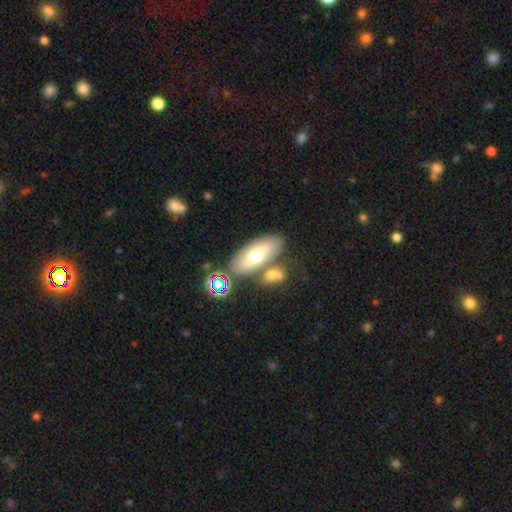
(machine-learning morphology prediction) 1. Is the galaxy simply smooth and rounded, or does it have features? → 59% smooth, 32% featured or disk, 9% star or artifact.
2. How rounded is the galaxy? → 82% in between, 14% cigar-shaped, 4% round.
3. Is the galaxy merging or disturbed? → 66% none, 17% merger, 12% minor disturbance, 4% major disturbance.